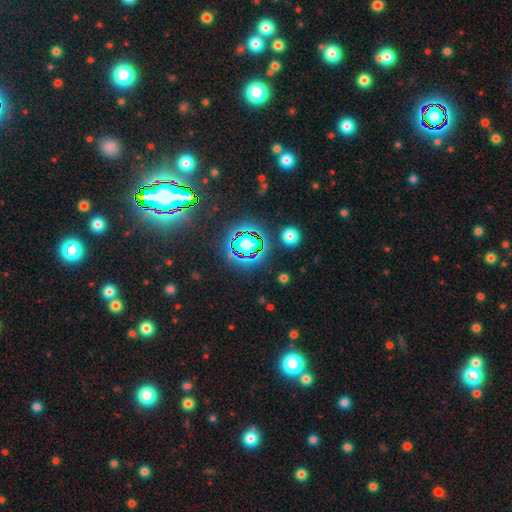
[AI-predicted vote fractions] A star or artifact, not a galaxy (80%).

Vote fractions:
- Smooth or featured? star or artifact: 80% / smooth: 12% / featured or disk: 8%